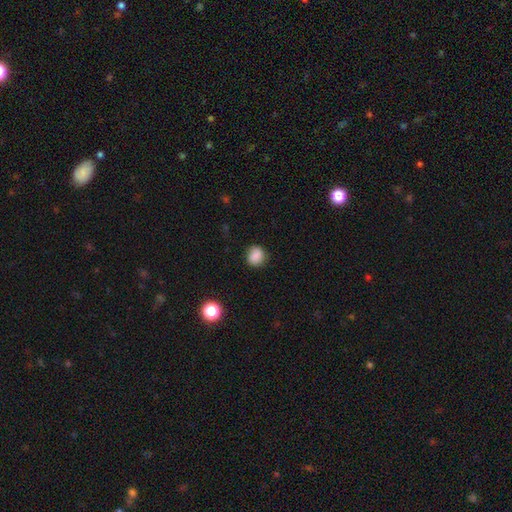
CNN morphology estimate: Smooth or featured?
  - smooth: 84% *
  - star or artifact: 10%
  - featured or disk: 5%
How rounded?
  - round: 76% *
  - in between: 23%
  - cigar-shaped: 1%
Merging?
  - none: 81% *
  - minor disturbance: 14%
  - major disturbance: 3%
  - merger: 1%